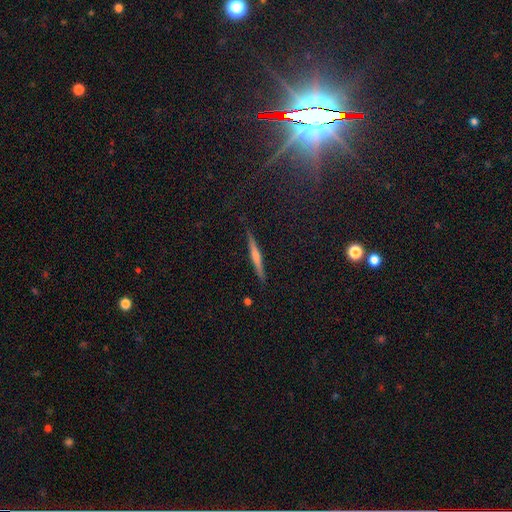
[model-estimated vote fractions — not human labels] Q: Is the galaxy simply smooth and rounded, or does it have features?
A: featured or disk — 68%.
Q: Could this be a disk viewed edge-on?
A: yes — 98%.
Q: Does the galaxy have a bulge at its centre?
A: rounded — 74%.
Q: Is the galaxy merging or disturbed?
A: none — 90%.